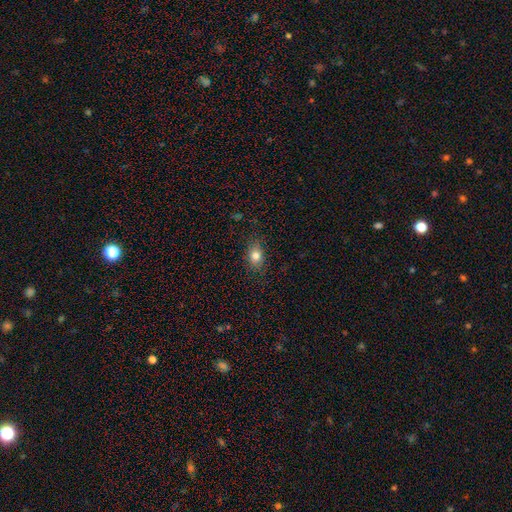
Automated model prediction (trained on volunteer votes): This is likely a smooth galaxy (78%). How rounded: likely in between (62%). Merging: clearly none (83%).